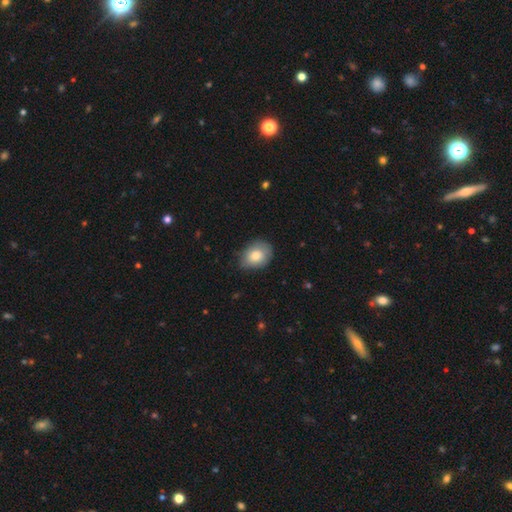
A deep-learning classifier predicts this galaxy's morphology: smooth-or-featured: smooth: 80% | featured or disk: 13% | star or artifact: 7%
  how-rounded: in between: 63% | round: 36% | cigar-shaped: 1%
  merging: none: 71% | minor disturbance: 24% | major disturbance: 4% | merger: 1%